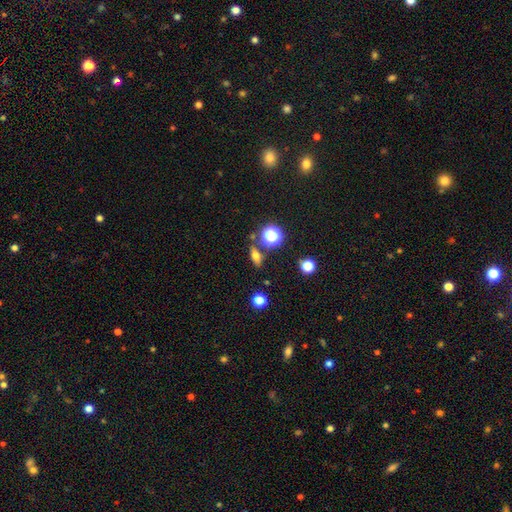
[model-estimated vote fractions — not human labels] Smooth or featured? smooth (61%)
How rounded? in between (58%)
Merging? none (78%)